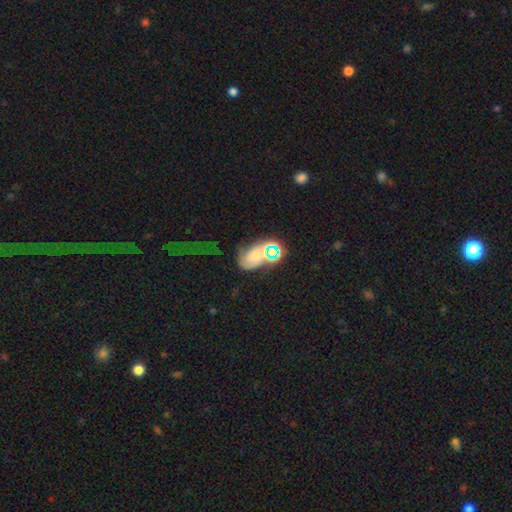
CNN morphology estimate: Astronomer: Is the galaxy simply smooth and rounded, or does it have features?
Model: featured or disk — 42% (runner-up: smooth, 32%).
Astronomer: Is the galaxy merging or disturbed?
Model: none — 39% (runner-up: minor disturbance, 23%).